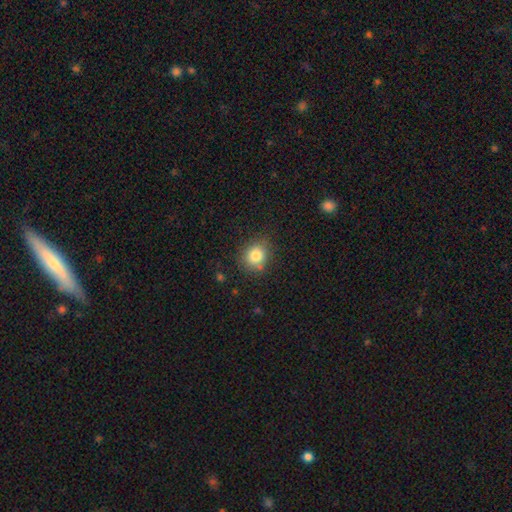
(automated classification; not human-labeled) Smooth or featured? smooth (82%)
How rounded? round (73%)
Merging? none (77%)